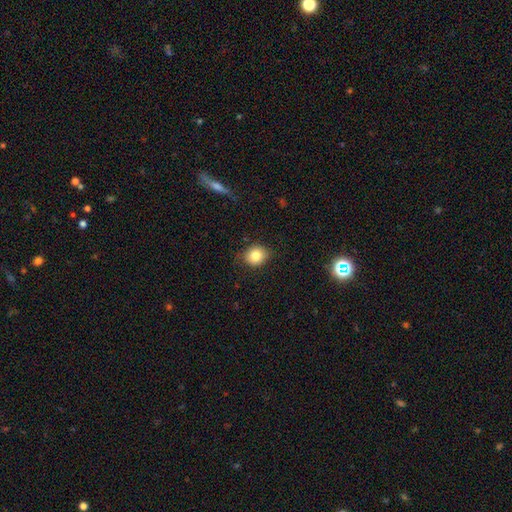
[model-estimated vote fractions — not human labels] Morphology: type=smooth (83%); roundness=round (72%); merging=none (84%).